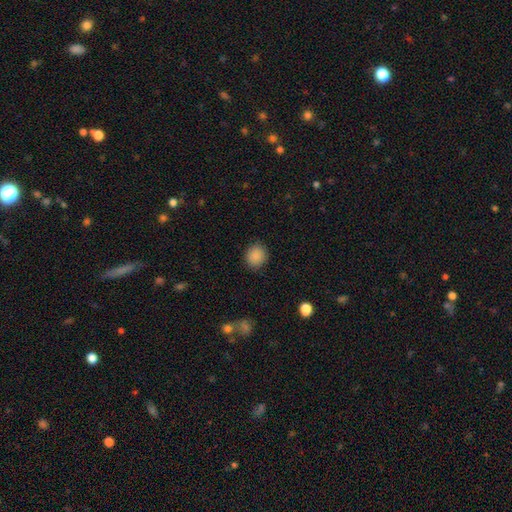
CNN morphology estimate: Overall: smooth (88%). How rounded: round (85%). Merging: none (89%).